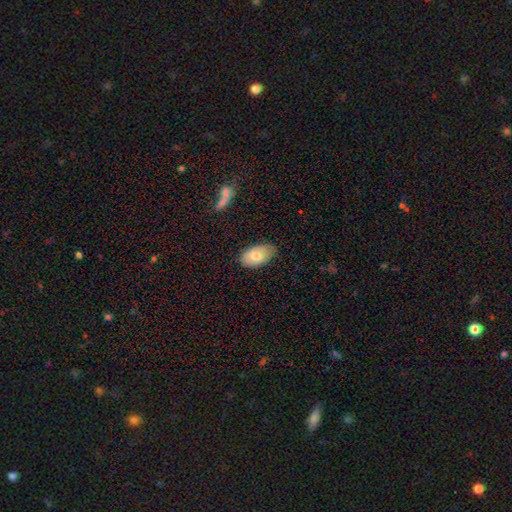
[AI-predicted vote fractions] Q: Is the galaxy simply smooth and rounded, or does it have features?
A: smooth — 72%.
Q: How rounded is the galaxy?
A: in between — 94%.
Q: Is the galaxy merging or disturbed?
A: none — 77%.